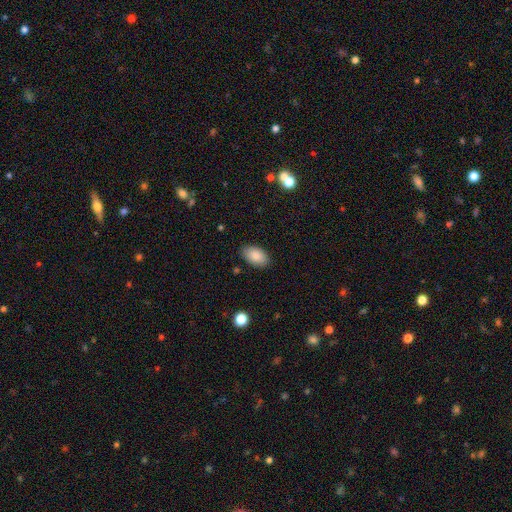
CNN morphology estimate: The model was most divided on "merging": none: 86%, minor disturbance: 10%, major disturbance: 2%, merger: 1%. More confident: how rounded — in between (93%); smooth or featured — smooth (85%).